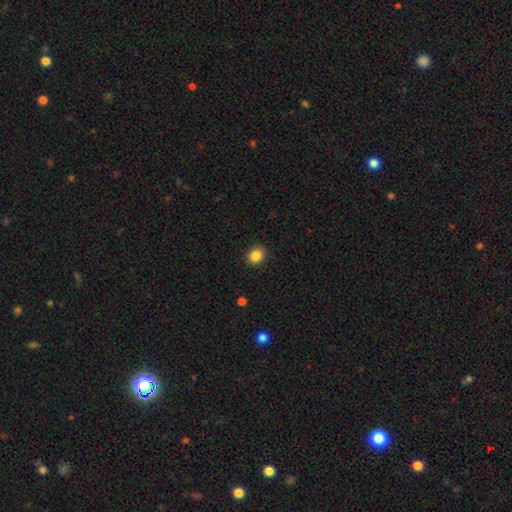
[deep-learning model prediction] Smooth or featured: smooth — 86% (star or artifact — 10%)
How rounded: round — 69% (in between — 30%)
Merging: none — 91% (minor disturbance — 6%)